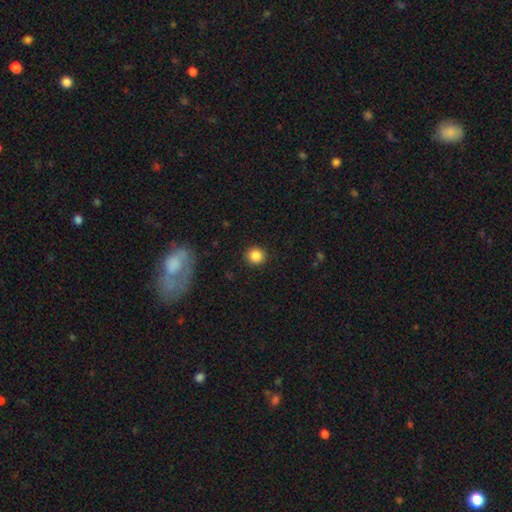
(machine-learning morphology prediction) Q: Smooth or featured?
A: smooth (86%); runner-up: star or artifact (10%)
Q: How rounded?
A: round (92%); runner-up: in between (7%)
Q: Merging?
A: none (91%); runner-up: minor disturbance (6%)